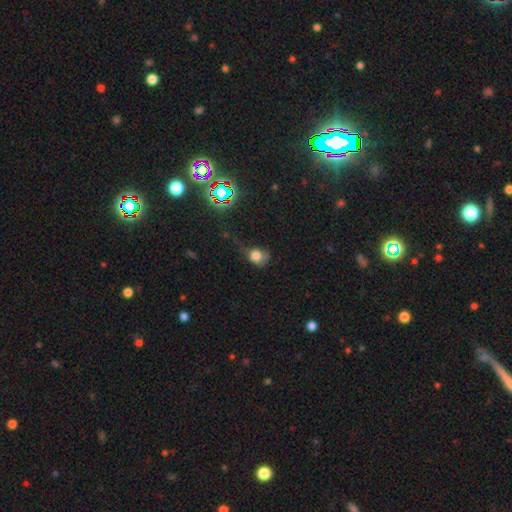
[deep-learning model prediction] A smooth galaxy with no disk features (73%) that is round (52%). Merging: minor disturbance (35%).